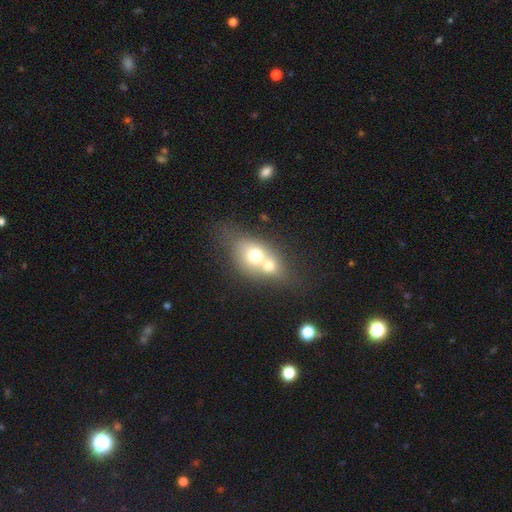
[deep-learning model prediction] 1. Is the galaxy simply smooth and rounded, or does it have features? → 62% smooth, 29% featured or disk, 10% star or artifact.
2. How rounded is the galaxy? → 58% in between, 38% round, 4% cigar-shaped.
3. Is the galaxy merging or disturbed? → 72% merger, 18% none, 6% minor disturbance, 4% major disturbance.